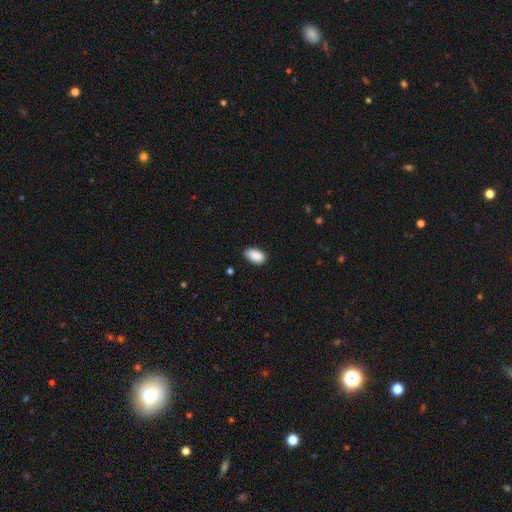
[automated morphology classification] This appears to be a smooth galaxy with no disk features (90%) that is in between round and cigar-shaped (94%). Merging: none (80%).